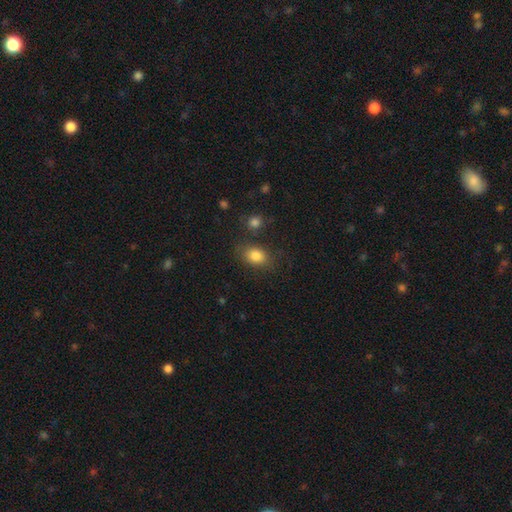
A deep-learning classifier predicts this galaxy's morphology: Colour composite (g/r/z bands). It shows a smooth galaxy with no disk features (84%) that is in between round and cigar-shaped (70%). Merging: none (76%).